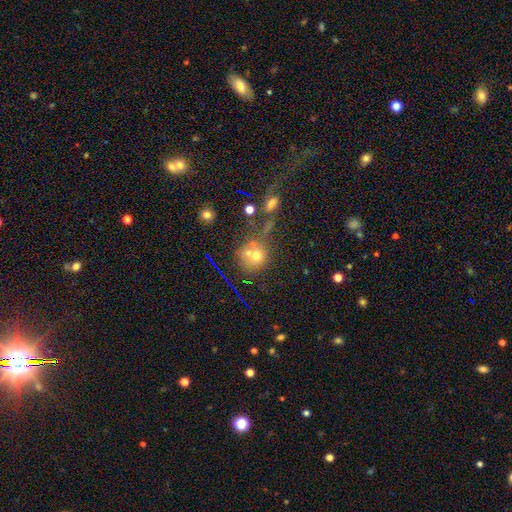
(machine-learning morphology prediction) The model was most divided on "merging": merger: 41%, none: 40%, minor disturbance: 11%, major disturbance: 8%. More confident: how rounded — round (75%); smooth or featured — smooth (57%).